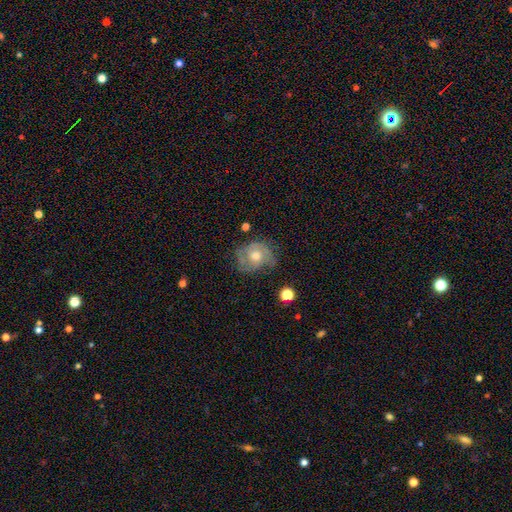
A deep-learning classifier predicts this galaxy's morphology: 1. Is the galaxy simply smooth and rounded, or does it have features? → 68% featured or disk, 24% smooth, 8% star or artifact.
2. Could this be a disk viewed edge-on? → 97% no, 3% yes.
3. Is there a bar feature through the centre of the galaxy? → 76% no, 20% weak, 3% strong.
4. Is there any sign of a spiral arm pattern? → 82% yes, 18% no.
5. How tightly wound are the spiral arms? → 51% tight, 37% medium, 12% loose.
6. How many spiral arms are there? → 48% 2, 28% can't tell, 12% 3, 6% 1, 3% 4, 3% more than 4.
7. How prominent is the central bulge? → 71% moderate, 13% small, 13% large, 2% none, 1% dominant.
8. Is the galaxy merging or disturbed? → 64% none, 23% minor disturbance, 10% major disturbance, 2% merger.